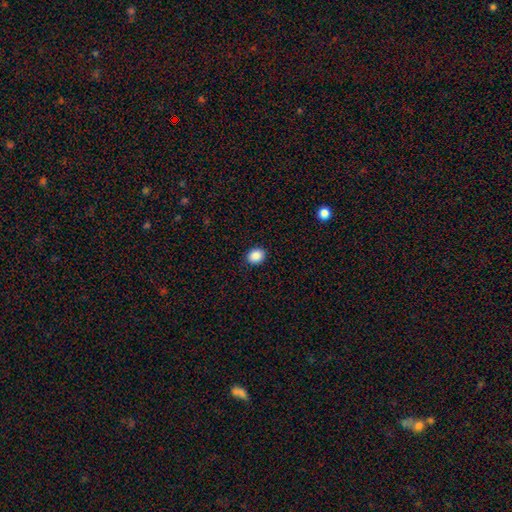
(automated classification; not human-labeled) Smooth or featured? Predicted: smooth (p=0.88). How rounded? Predicted: round (p=0.53). Merging? Predicted: none (p=0.91).